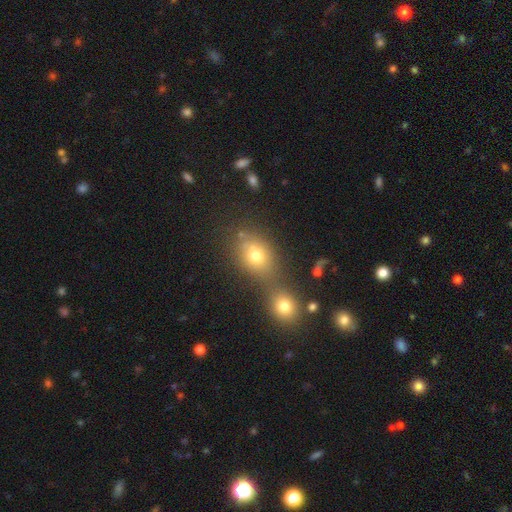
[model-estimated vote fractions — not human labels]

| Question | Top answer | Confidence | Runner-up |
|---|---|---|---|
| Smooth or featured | smooth | 69% | star or artifact (17%) |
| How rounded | in between | 51% | round (47%) |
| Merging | none | 44% | merger (40%) |